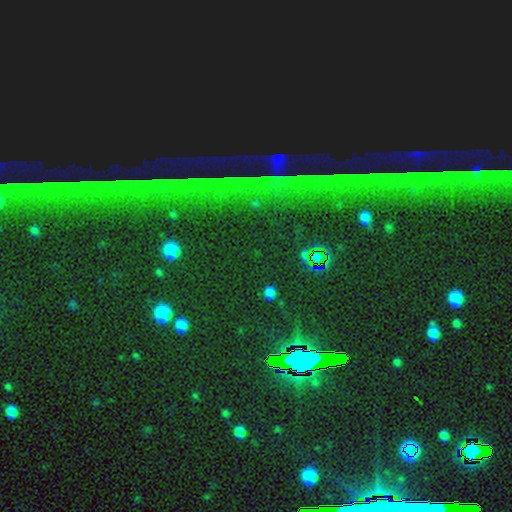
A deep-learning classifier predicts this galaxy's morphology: Smooth or featured?
  - star or artifact: 83% *
  - smooth: 10%
  - featured or disk: 7%